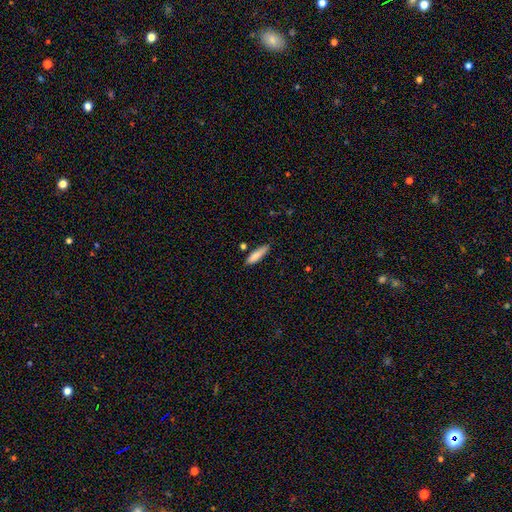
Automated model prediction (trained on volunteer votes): Smooth or featured?
  - smooth: 84% *
  - featured or disk: 9%
  - star or artifact: 7%
How rounded?
  - cigar-shaped: 68% *
  - in between: 30%
  - round: 2%
Merging?
  - none: 75% *
  - minor disturbance: 17%
  - merger: 4%
  - major disturbance: 3%